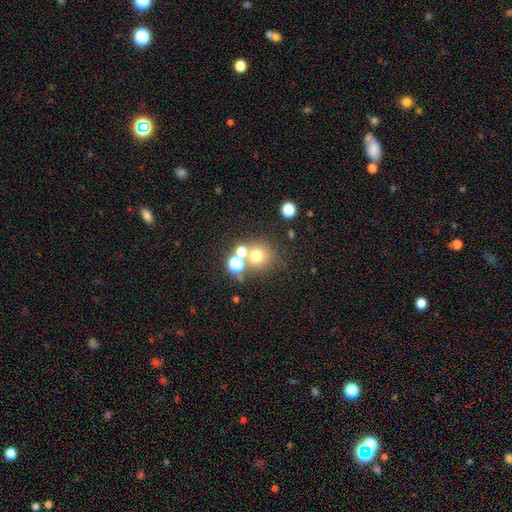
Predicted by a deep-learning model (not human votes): This appears to be a smooth galaxy with no disk features (67%) that is round (88%). Merging: none (61%).